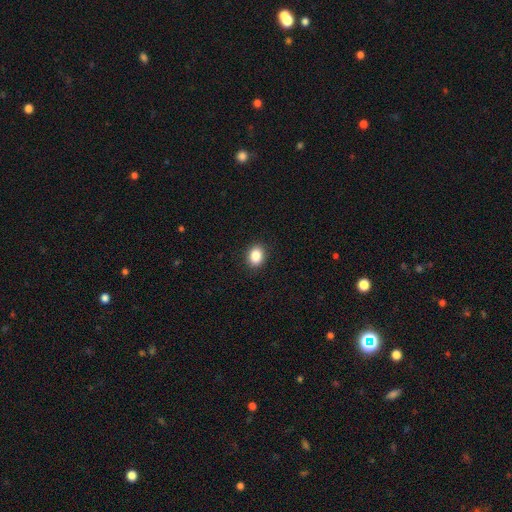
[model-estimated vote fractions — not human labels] Q: Smooth or featured?
A: smooth (87%); runner-up: star or artifact (9%)
Q: How rounded?
A: in between (58%); runner-up: round (41%)
Q: Merging?
A: none (90%); runner-up: minor disturbance (7%)